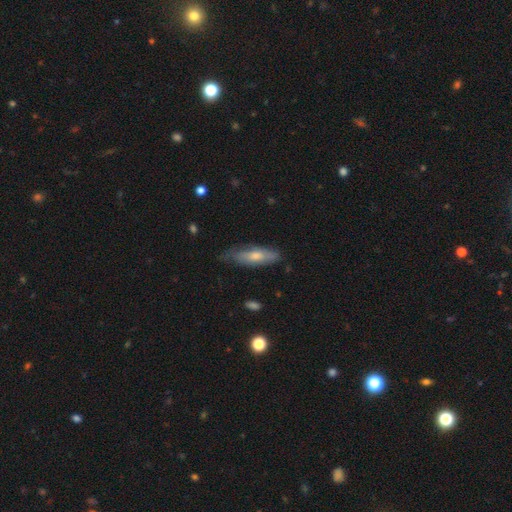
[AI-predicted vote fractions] Smooth or featured? smooth (52%)
How rounded? cigar-shaped (60%)
Merging? none (70%)